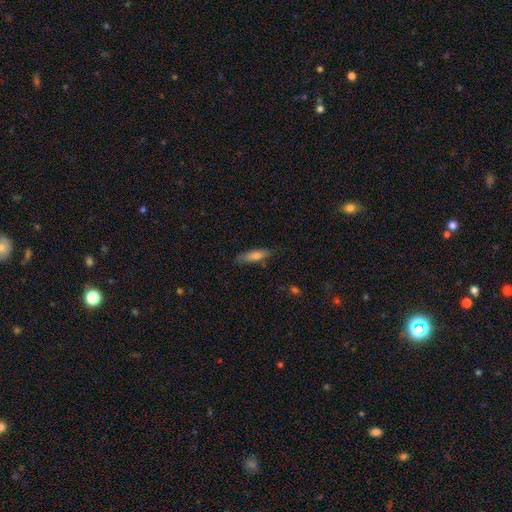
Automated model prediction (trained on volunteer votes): Smooth or featured? smooth (71%)
How rounded? cigar-shaped (67%)
Merging? none (79%)